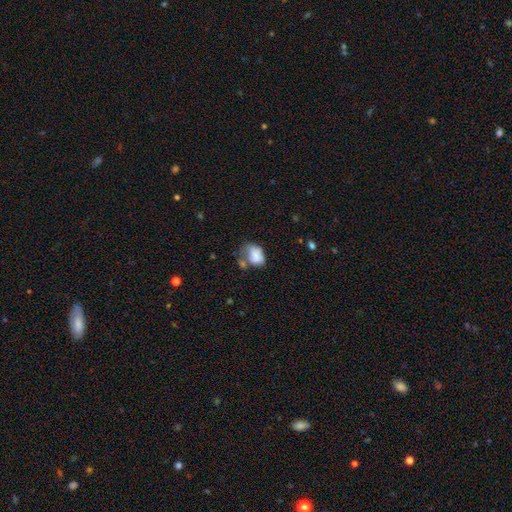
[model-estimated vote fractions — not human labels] The model was most divided on "merging": none: 28%, minor disturbance: 27%, major disturbance: 26%, merger: 19%. More confident: how rounded — in between (74%); smooth or featured — smooth (74%).